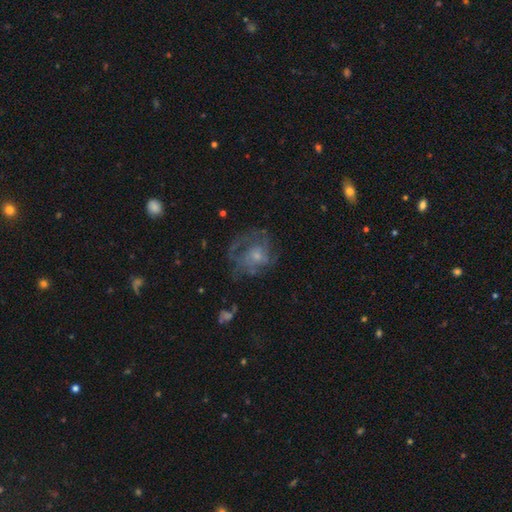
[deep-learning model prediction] smooth_or_featured: featured or disk (p=0.62) [alt: smooth p=0.26]
disk_edge_on: no (p=0.97) [alt: yes p=0.03]
bar: no (p=0.79) [alt: weak p=0.18]
has_spiral_arms: yes (p=0.59) [alt: no p=0.41]
bulge_size: small (p=0.59) [alt: moderate p=0.28]
merging: none (p=0.46) [alt: major disturbance p=0.33]